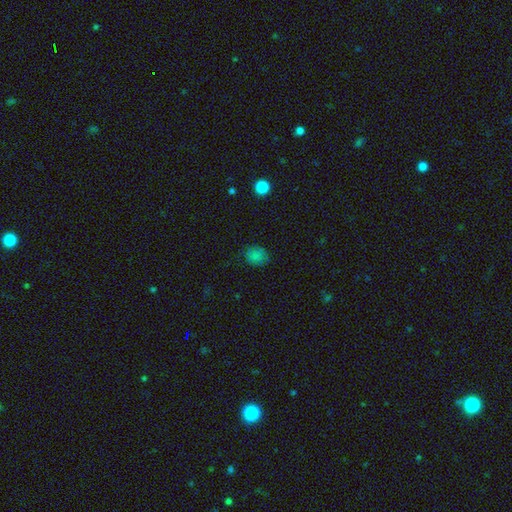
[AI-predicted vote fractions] smooth-or-featured: smooth: 80% | star or artifact: 15% | featured or disk: 5%
  how-rounded: round: 59% | in between: 40% | cigar-shaped: 1%
  merging: none: 78% | minor disturbance: 16% | major disturbance: 4% | merger: 1%